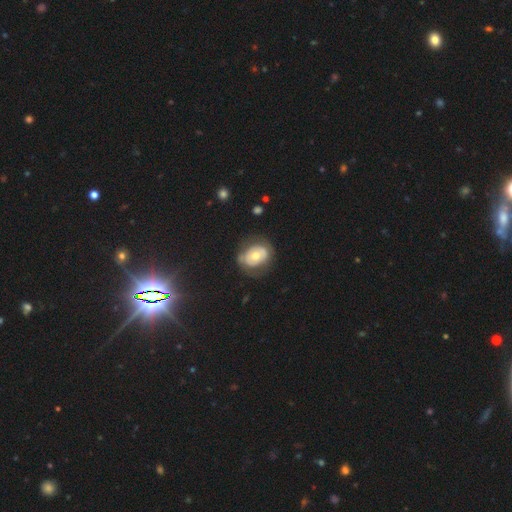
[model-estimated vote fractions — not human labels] Smooth or featured?
  - featured or disk: 47% *
  - smooth: 46%
  - star or artifact: 7%
Merging?
  - none: 63% *
  - minor disturbance: 22%
  - major disturbance: 13%
  - merger: 2%